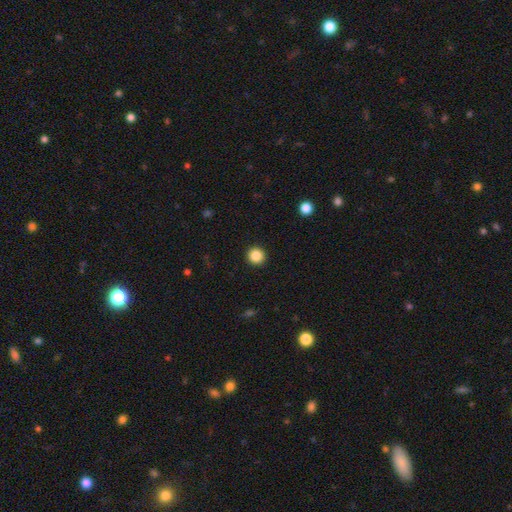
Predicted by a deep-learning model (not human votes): Morphology: type=smooth (85%); roundness=round (94%); merging=none (93%).